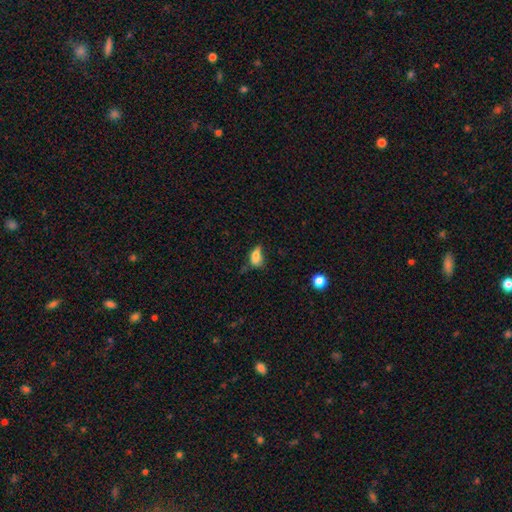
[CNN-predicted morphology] Overall: smooth (75%). How rounded: in between (85%). Merging: minor disturbance (38%; none 32%).